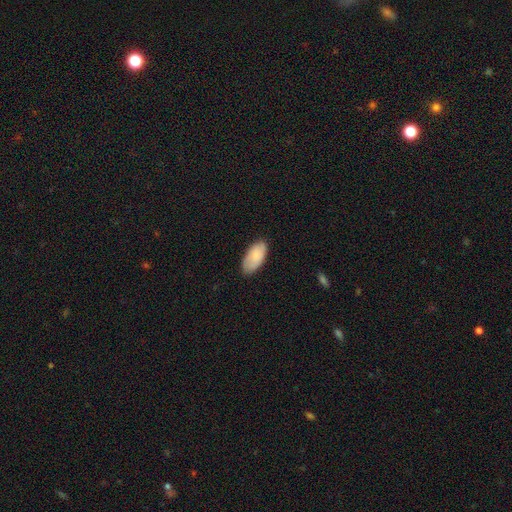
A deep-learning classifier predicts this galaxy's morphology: Overall: smooth (83%). How rounded: in between (95%). Merging: none (79%).